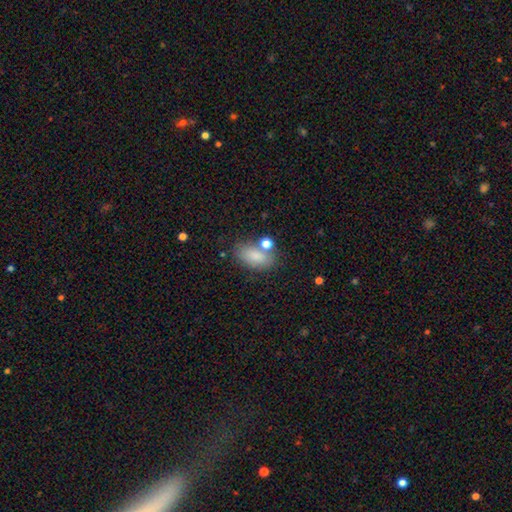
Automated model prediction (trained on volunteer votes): smooth 82%, featured or disk 9%, star or artifact 9%. Down the decision tree: how rounded — in between (89%); merging — none (62%).